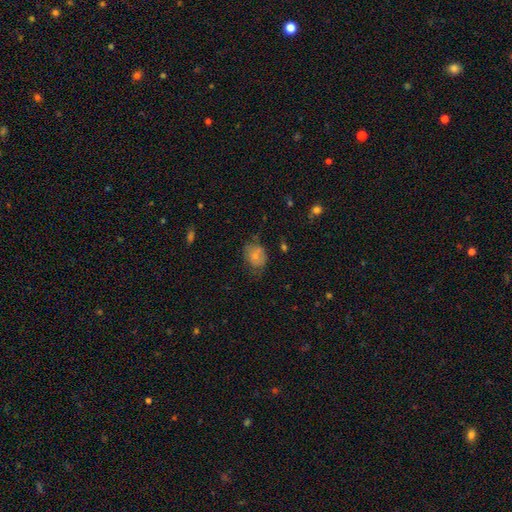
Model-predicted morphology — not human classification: Overall: smooth (74%). How rounded: in between (57%; round 42%). Merging: none (55%; minor disturbance 31%).